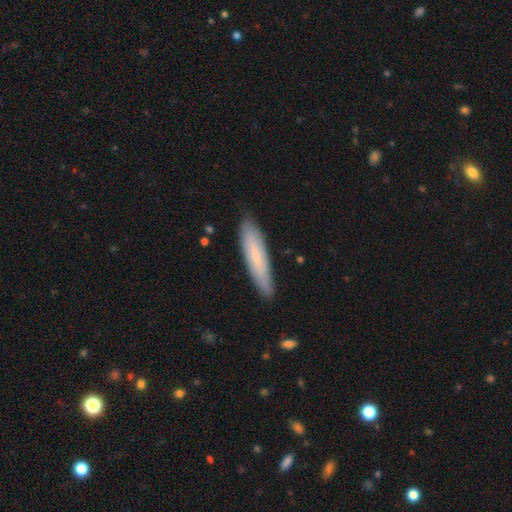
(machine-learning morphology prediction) type=smooth (65%); roundness=cigar-shaped (83%); merging=none (87%).